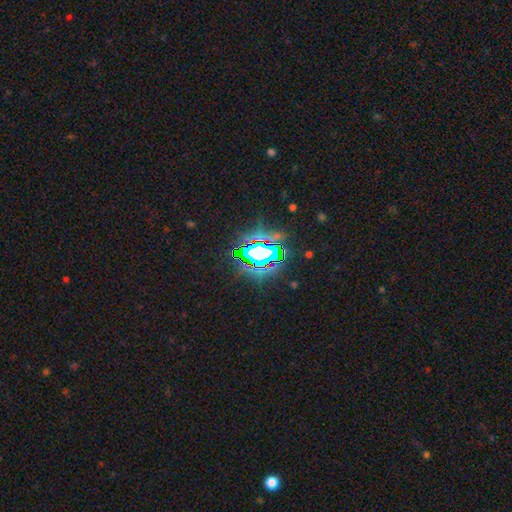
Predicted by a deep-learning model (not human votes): Smooth or featured?
  - star or artifact: 70% *
  - smooth: 17%
  - featured or disk: 13%